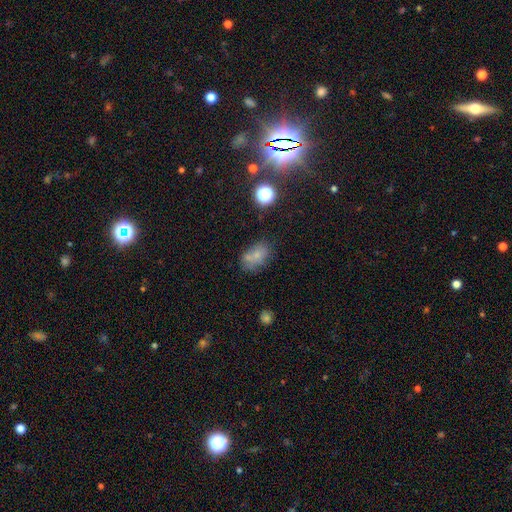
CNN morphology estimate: This is likely a smooth galaxy (67%). How rounded: clearly in between (83%). Merging: possibly none (54%).